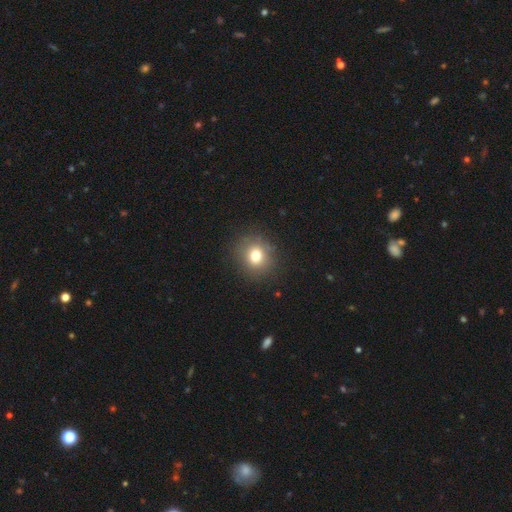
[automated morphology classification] Q: Smooth or featured?
A: smooth (76%); runner-up: star or artifact (13%)
Q: How rounded?
A: round (84%); runner-up: in between (16%)
Q: Merging?
A: none (87%); runner-up: minor disturbance (9%)